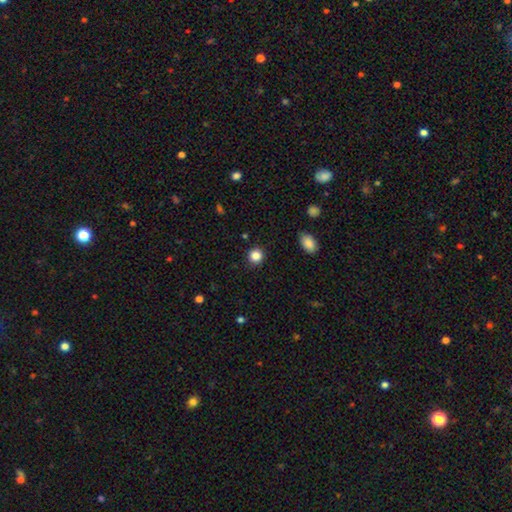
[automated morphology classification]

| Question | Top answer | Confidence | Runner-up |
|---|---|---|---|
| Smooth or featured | smooth | 85% | star or artifact (11%) |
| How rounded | round | 90% | in between (9%) |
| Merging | none | 90% | minor disturbance (6%) |